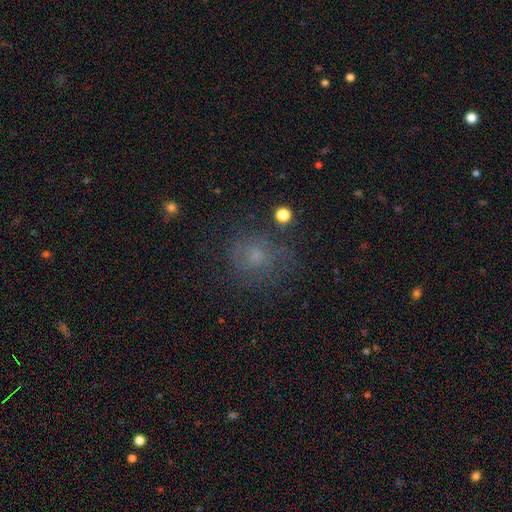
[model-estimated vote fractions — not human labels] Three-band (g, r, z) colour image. It shows a smooth galaxy with no disk features (52%) that is round (77%). Merging: none (64%).